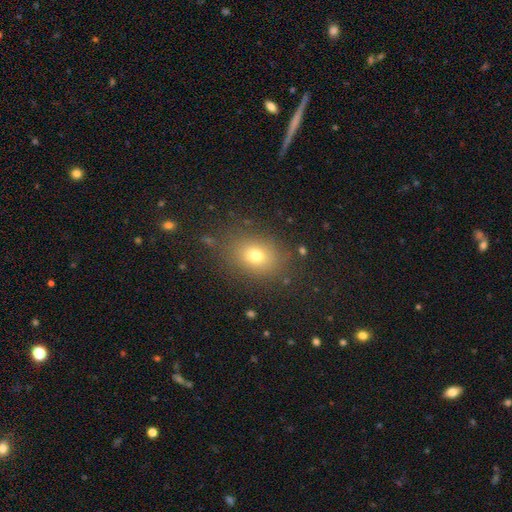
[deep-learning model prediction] Smooth or featured?
  - smooth: 72% *
  - star or artifact: 17%
  - featured or disk: 11%
How rounded?
  - in between: 57% *
  - round: 42%
  - cigar-shaped: 1%
Merging?
  - none: 83% *
  - minor disturbance: 10%
  - major disturbance: 4%
  - merger: 2%